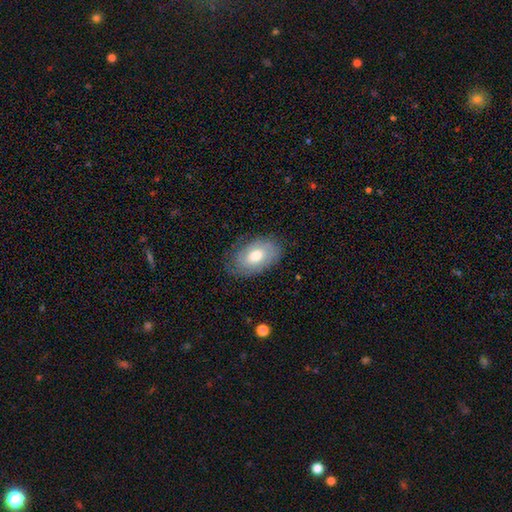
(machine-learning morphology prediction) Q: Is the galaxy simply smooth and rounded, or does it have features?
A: smooth — 57%.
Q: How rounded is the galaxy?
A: in between — 91%.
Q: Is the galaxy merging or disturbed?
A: none — 77%.